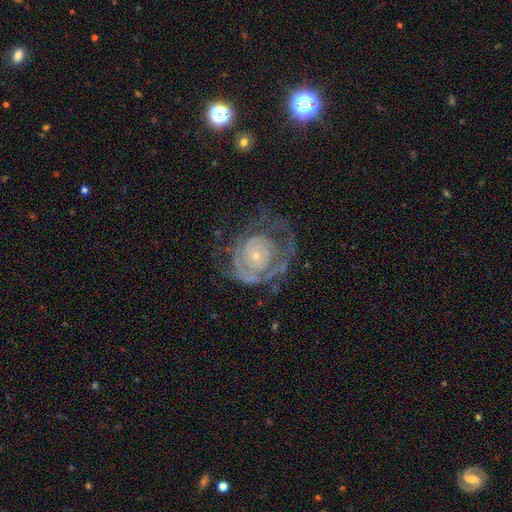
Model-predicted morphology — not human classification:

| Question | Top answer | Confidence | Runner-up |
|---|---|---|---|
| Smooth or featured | featured or disk | 79% | smooth (14%) |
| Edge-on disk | no | 97% | yes (3%) |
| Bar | no | 80% | weak (15%) |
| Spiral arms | yes | 78% | no (22%) |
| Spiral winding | tight | 66% | medium (24%) |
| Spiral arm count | can't tell | 45% | 2 (24%) |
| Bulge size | small | 79% | moderate (16%) |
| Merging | none | 51% | major disturbance (27%) |